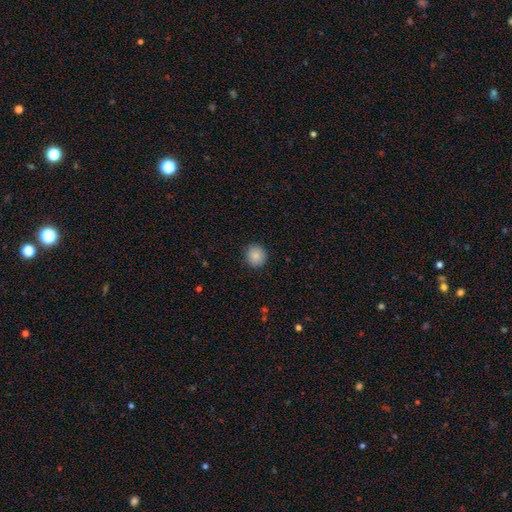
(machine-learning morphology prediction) A smooth galaxy with no disk features (86%) that is round (89%).

Vote fractions:
- Smooth or featured? smooth: 86% / star or artifact: 9% / featured or disk: 5%
- How rounded? round: 89% / in between: 10% / cigar-shaped: 1%
- Merging? none: 89% / minor disturbance: 8% / major disturbance: 2% / merger: 1%